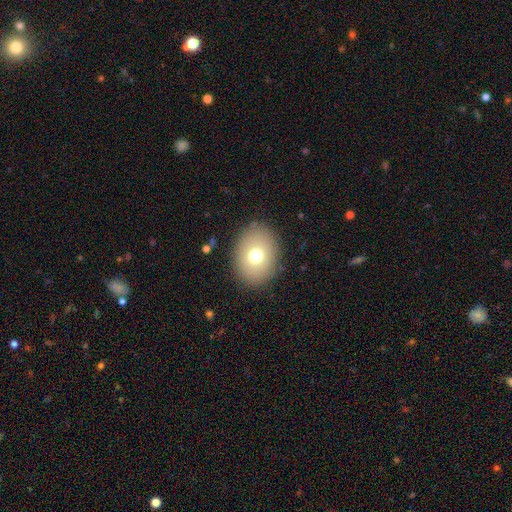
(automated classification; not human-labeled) Q: Smooth or featured?
A: smooth (72%); runner-up: featured or disk (17%)
Q: How rounded?
A: in between (60%); runner-up: round (39%)
Q: Merging?
A: none (87%); runner-up: minor disturbance (8%)